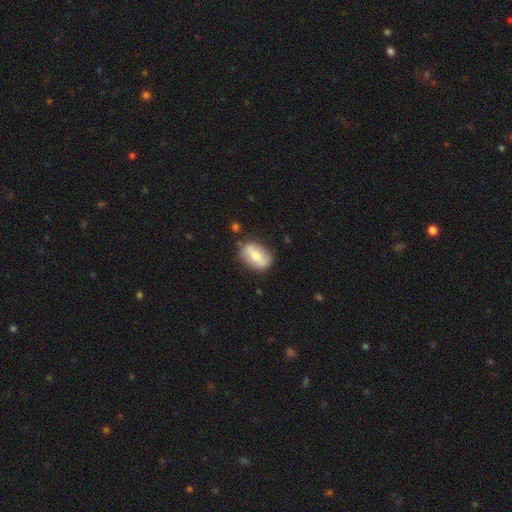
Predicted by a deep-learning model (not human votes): A smooth galaxy with no disk features (58%) that is in between round and cigar-shaped (82%). Merging: none (78%).